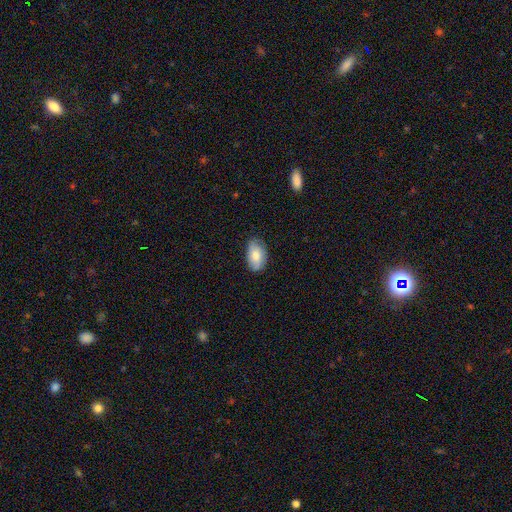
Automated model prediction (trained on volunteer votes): Smooth or featured? smooth (78%)
How rounded? in between (92%)
Merging? none (78%)